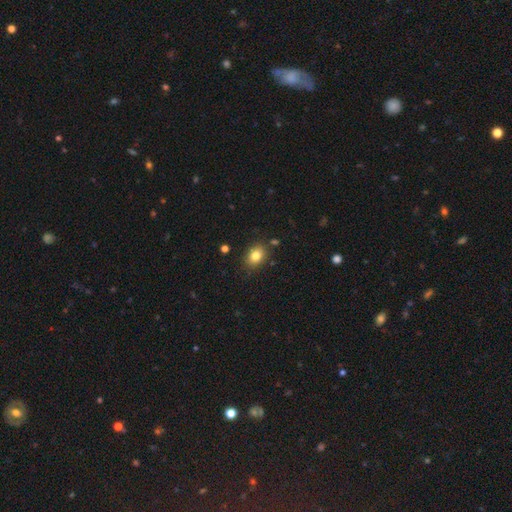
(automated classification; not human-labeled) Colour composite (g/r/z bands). It shows a smooth galaxy with no disk features (81%) that is in between round and cigar-shaped (67%). Merging: none (84%).